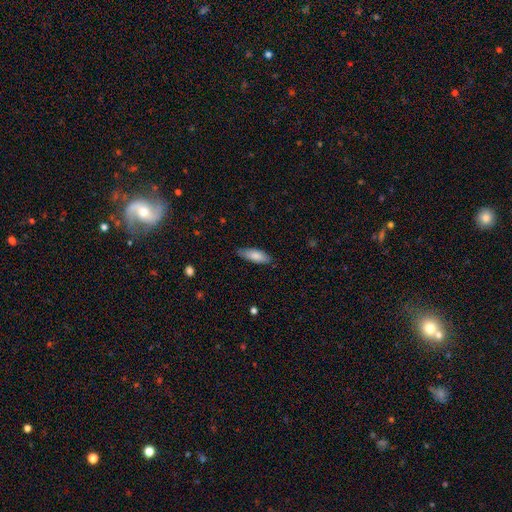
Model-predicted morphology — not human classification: Overall: smooth (81%). How rounded: in between (63%; cigar-shaped 36%). Merging: none (80%).